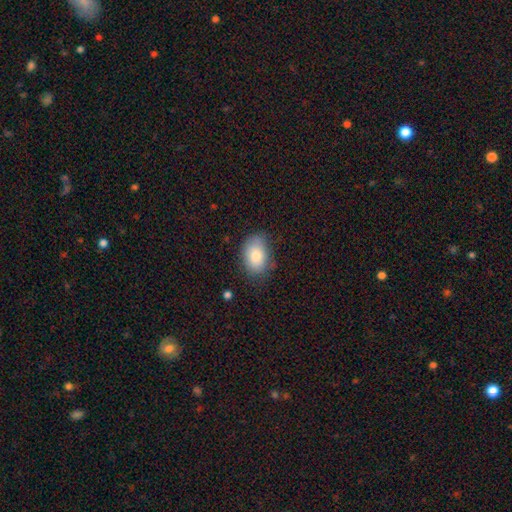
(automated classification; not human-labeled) Smooth or featured?
  - smooth: 82% *
  - featured or disk: 10%
  - star or artifact: 8%
How rounded?
  - in between: 88% *
  - round: 11%
  - cigar-shaped: 1%
Merging?
  - none: 73% *
  - minor disturbance: 21%
  - major disturbance: 5%
  - merger: 1%